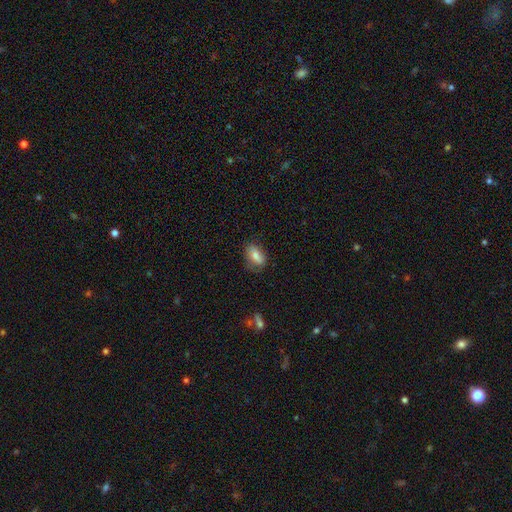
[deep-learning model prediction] Smooth or featured: smooth — 79% (featured or disk — 13%)
How rounded: in between — 84% (cigar-shaped — 8%)
Merging: none — 68% (minor disturbance — 24%)